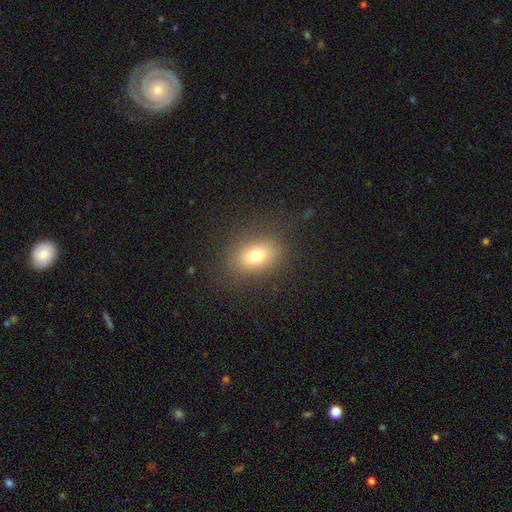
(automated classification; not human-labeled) Morphology: type=smooth (74%); roundness=in between (71%); merging=none (83%).